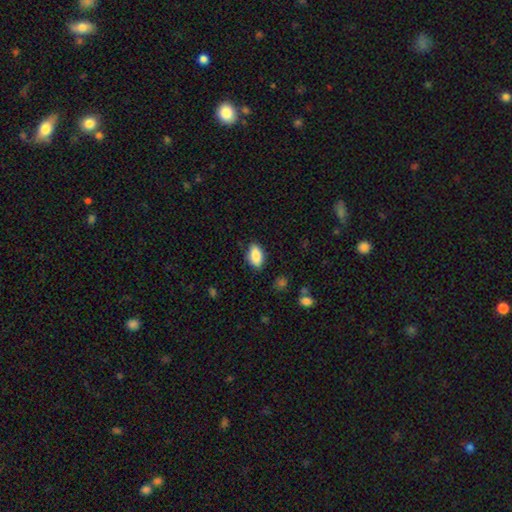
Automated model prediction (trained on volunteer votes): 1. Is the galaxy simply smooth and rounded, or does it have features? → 87% smooth, 7% star or artifact, 6% featured or disk.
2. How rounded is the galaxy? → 91% in between, 5% cigar-shaped, 4% round.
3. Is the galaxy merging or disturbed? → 82% none, 14% minor disturbance, 3% major disturbance, 1% merger.